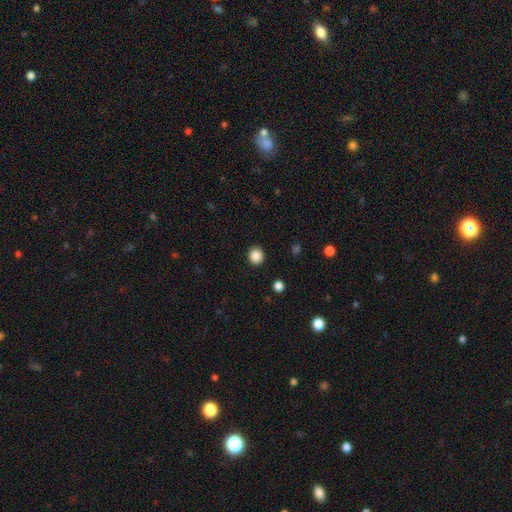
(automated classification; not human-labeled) smooth_or_featured: smooth (p=0.87) [alt: star or artifact p=0.10]
how_rounded: round (p=0.88) [alt: in between p=0.12]
merging: none (p=0.92) [alt: minor disturbance p=0.05]